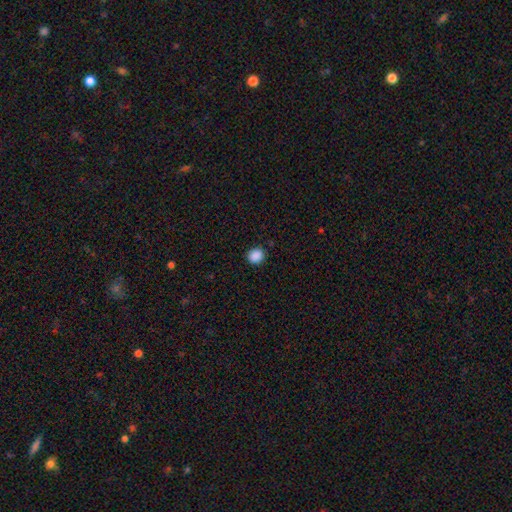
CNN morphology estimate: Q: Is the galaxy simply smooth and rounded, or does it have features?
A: smooth — 88%.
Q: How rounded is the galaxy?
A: round — 83%.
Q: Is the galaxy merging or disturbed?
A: none — 90%.